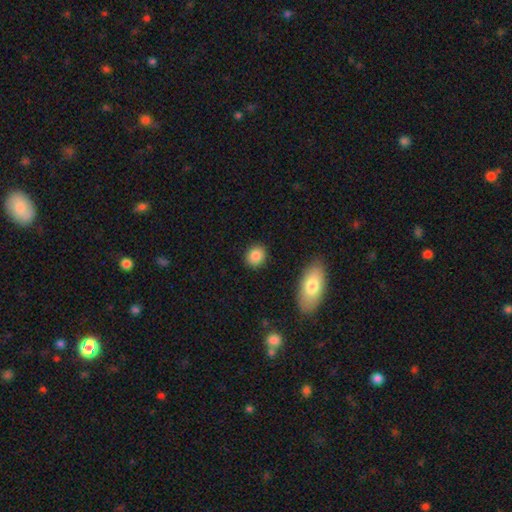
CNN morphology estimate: A smooth galaxy with no disk features (86%) that is round (70%).

Vote fractions:
- Smooth or featured? smooth: 86% / star or artifact: 8% / featured or disk: 5%
- How rounded? round: 70% / in between: 28% / cigar-shaped: 1%
- Merging? none: 88% / minor disturbance: 7% / major disturbance: 2% / merger: 2%